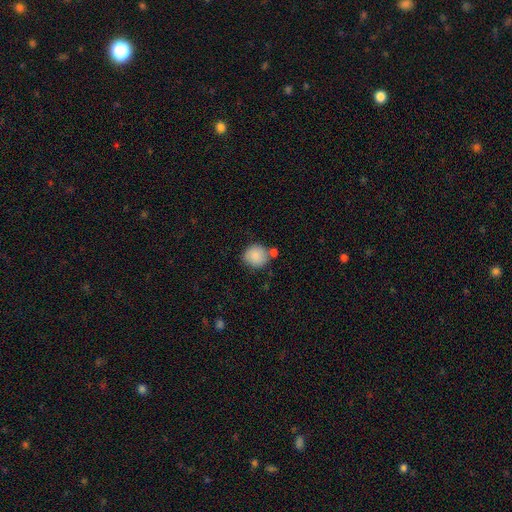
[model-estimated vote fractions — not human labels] smooth 86%, star or artifact 7%, featured or disk 6%. Down the decision tree: how rounded — round (86%); merging — none (64%).